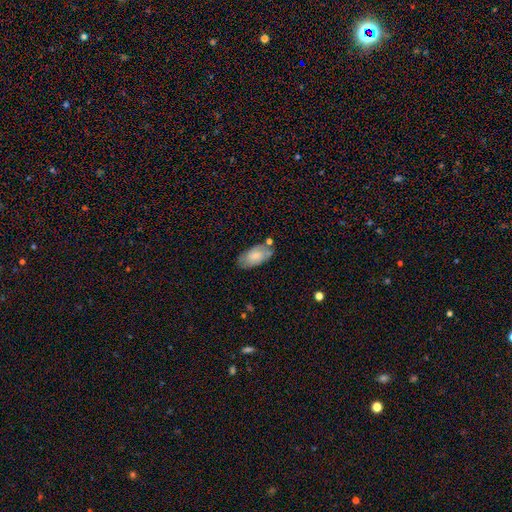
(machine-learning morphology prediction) smooth-or-featured: smooth: 67% | featured or disk: 26% | star or artifact: 7%
  how-rounded: in between: 93% | cigar-shaped: 4% | round: 3%
  merging: none: 64% | minor disturbance: 23% | merger: 8% | major disturbance: 6%